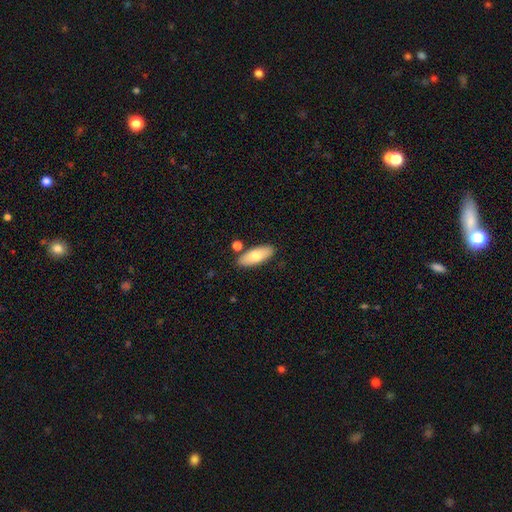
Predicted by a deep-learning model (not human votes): smooth 73%, featured or disk 21%, star or artifact 6%. Down the decision tree: how rounded — in between (80%); merging — none (82%).